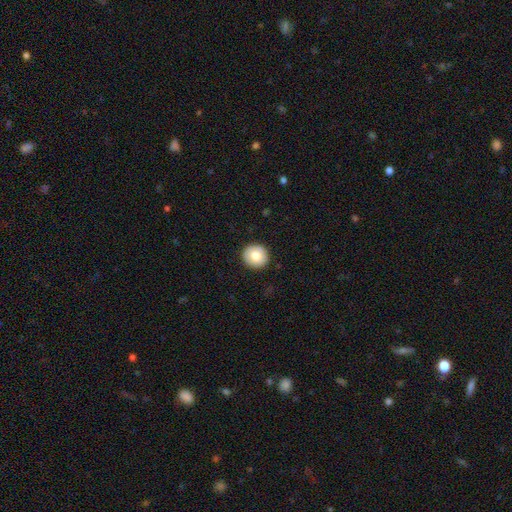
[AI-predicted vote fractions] Smooth or featured?
  - smooth: 78% *
  - featured or disk: 14%
  - star or artifact: 8%
How rounded?
  - round: 93% *
  - in between: 6%
  - cigar-shaped: 1%
Merging?
  - none: 92% *
  - minor disturbance: 6%
  - major disturbance: 2%
  - merger: 1%